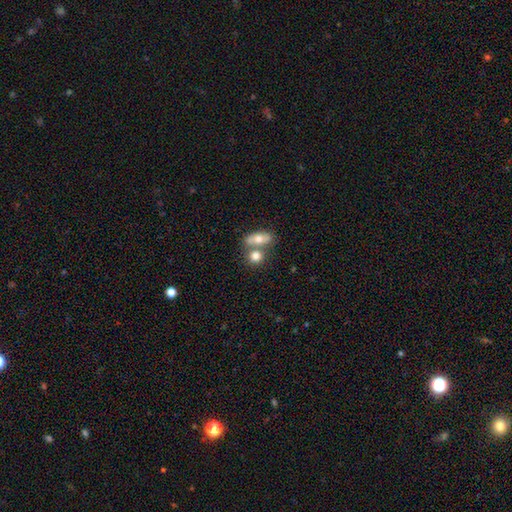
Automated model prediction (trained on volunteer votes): Smooth or featured? Predicted: smooth (p=0.76). How rounded? Predicted: round (p=0.56). Merging? Predicted: merger (p=0.45).